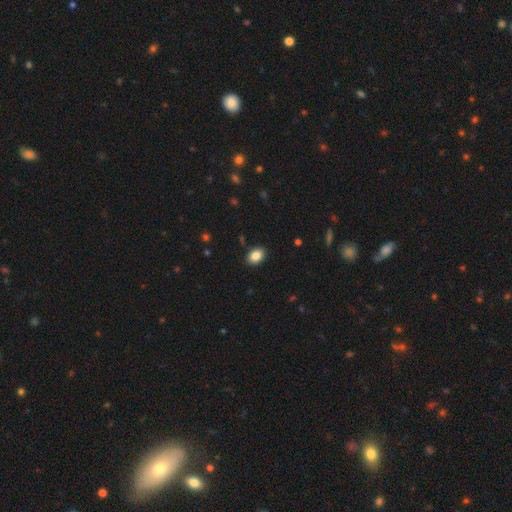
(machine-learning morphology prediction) A smooth galaxy with no disk features (86%) that is in between round and cigar-shaped (78%).

Vote fractions:
- Smooth or featured? smooth: 86% / star or artifact: 9% / featured or disk: 6%
- How rounded? in between: 78% / round: 21% / cigar-shaped: 1%
- Merging? none: 89% / minor disturbance: 8% / major disturbance: 2% / merger: 1%